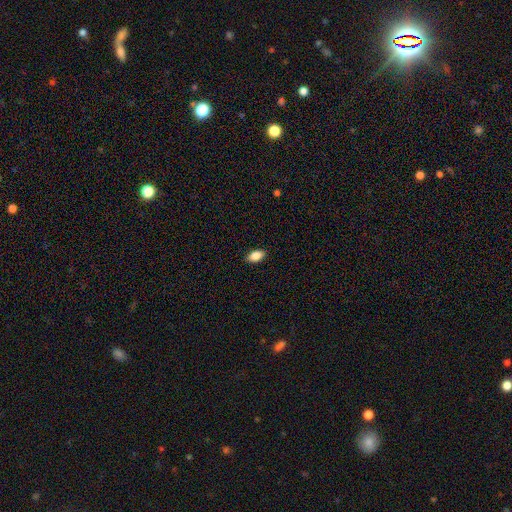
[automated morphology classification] Smooth or featured? smooth (87%)
How rounded? in between (92%)
Merging? none (89%)